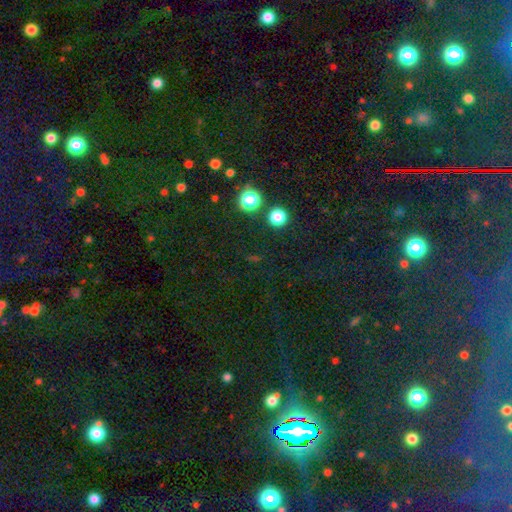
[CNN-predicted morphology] Smooth or featured? star or artifact (71%)